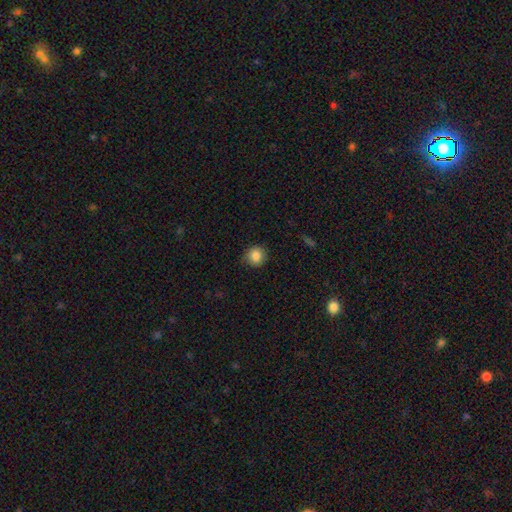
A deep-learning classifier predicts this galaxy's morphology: This is clearly a smooth galaxy (86%). How rounded: clearly round (88%). Merging: clearly none (82%).